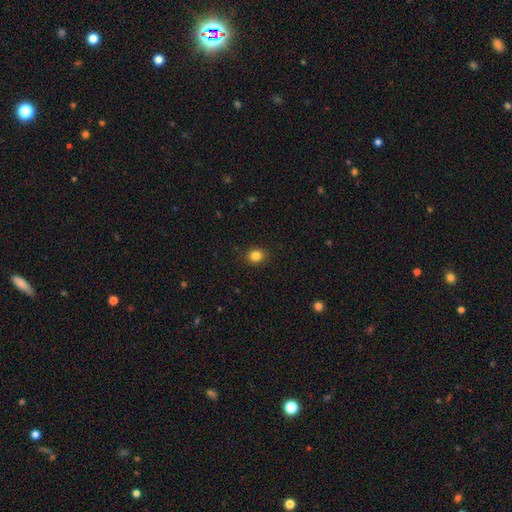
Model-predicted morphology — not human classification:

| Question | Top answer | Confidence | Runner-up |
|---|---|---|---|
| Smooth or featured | smooth | 84% | star or artifact (11%) |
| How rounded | round | 66% | in between (33%) |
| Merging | none | 90% | minor disturbance (7%) |